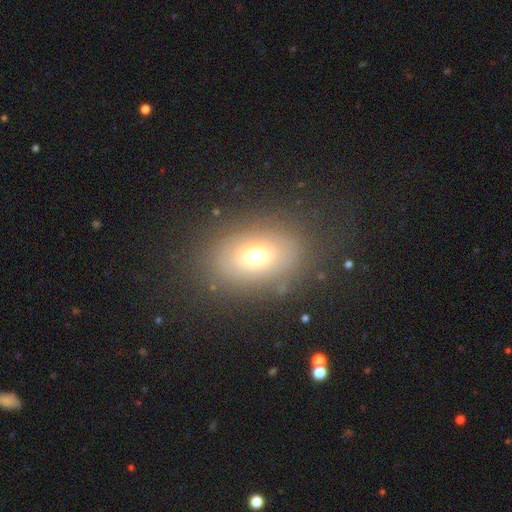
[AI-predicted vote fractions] This is likely a smooth galaxy (64%). How rounded: likely in between (77%). Merging: likely none (80%).